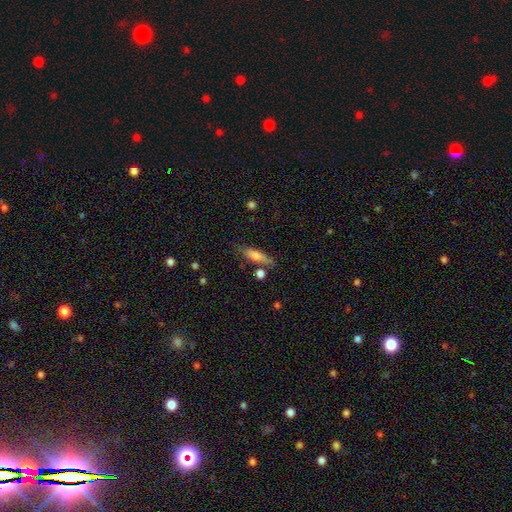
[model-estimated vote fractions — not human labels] A smooth galaxy with no disk features (65%) that is cigar-shaped (66%).

Vote fractions:
- Smooth or featured? smooth: 65% / featured or disk: 27% / star or artifact: 7%
- How rounded? cigar-shaped: 66% / in between: 31% / round: 3%
- Merging? none: 67% / minor disturbance: 18% / merger: 9% / major disturbance: 5%